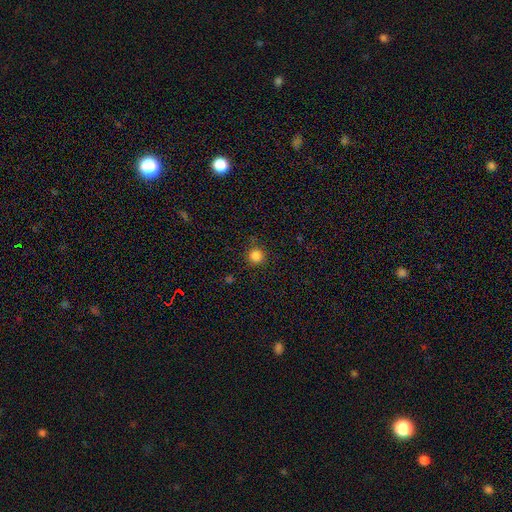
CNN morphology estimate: type=smooth (84%); roundness=round (95%); merging=none (87%).